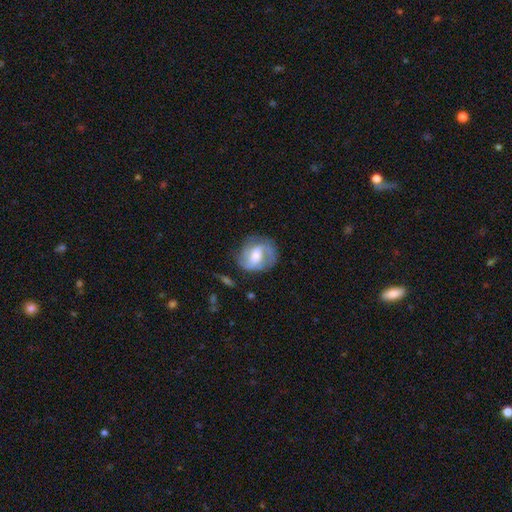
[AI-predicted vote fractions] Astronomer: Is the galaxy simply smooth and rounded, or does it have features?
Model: featured or disk — 71%.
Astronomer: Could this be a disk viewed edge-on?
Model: no — 97%.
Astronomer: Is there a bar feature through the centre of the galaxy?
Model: weak — 48% (runner-up: no, 32%).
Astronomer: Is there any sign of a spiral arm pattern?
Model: yes — 89%.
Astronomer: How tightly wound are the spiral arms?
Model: medium — 46% (runner-up: tight, 31%).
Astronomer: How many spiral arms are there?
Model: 2 — 61%.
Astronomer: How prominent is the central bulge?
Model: moderate — 54%.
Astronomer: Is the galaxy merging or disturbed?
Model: none — 65%.